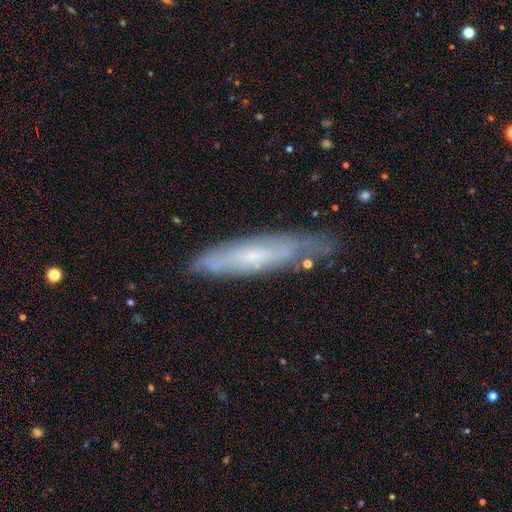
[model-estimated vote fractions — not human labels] Smooth or featured? featured or disk (56%)
Edge-on disk? yes (52%)
Merging? none (74%)